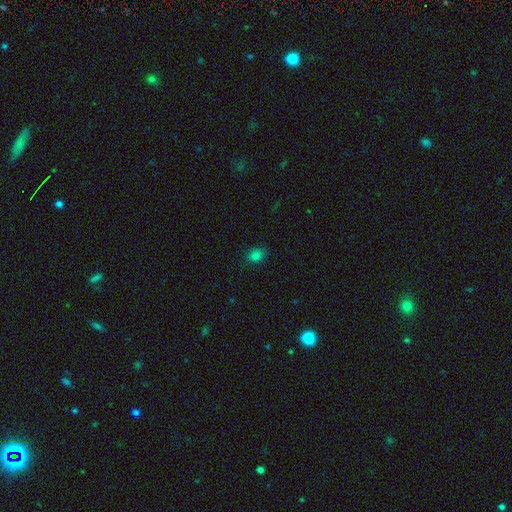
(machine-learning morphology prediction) type=smooth (80%); roundness=in between (53%); merging=none (84%).